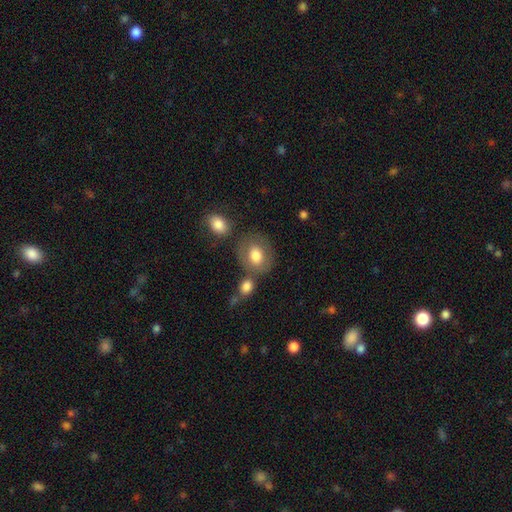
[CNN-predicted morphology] Overall: smooth (74%). How rounded: round (55%; in between 44%). Merging: none (64%).